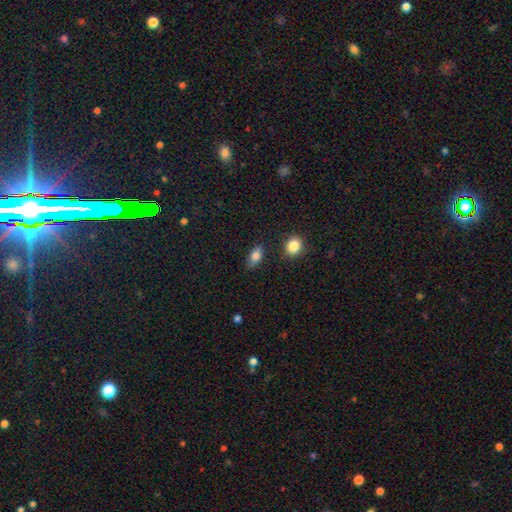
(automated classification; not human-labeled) A smooth galaxy with no disk features (78%) that is in between round and cigar-shaped (82%). Merging: none (76%).